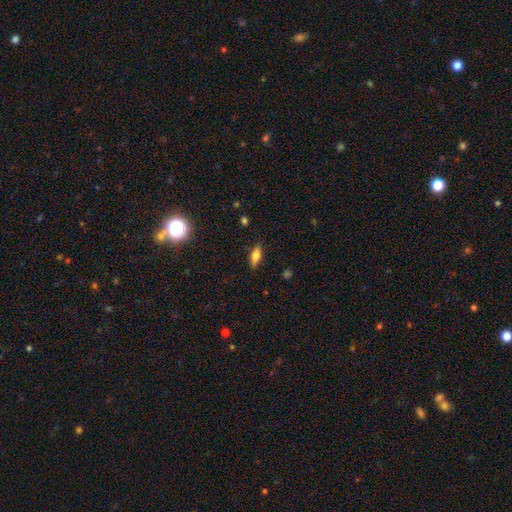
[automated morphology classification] Smooth or featured?
  - smooth: 69% *
  - featured or disk: 21%
  - star or artifact: 10%
How rounded?
  - in between: 73% *
  - cigar-shaped: 24%
  - round: 3%
Merging?
  - none: 87% *
  - minor disturbance: 10%
  - major disturbance: 2%
  - merger: 1%